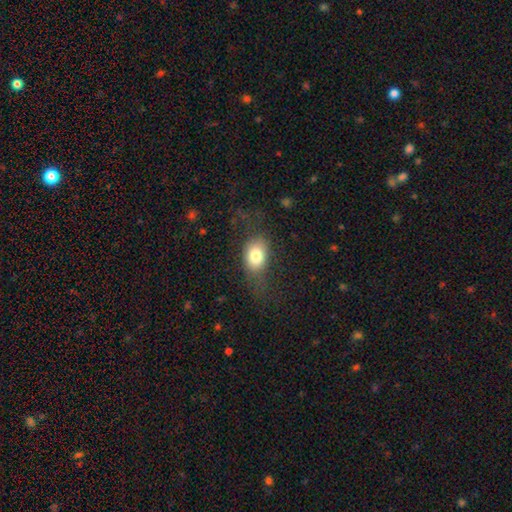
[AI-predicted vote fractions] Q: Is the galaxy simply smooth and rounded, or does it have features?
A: smooth — 79%.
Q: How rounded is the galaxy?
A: in between — 74%.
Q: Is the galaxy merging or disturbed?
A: none — 59%.